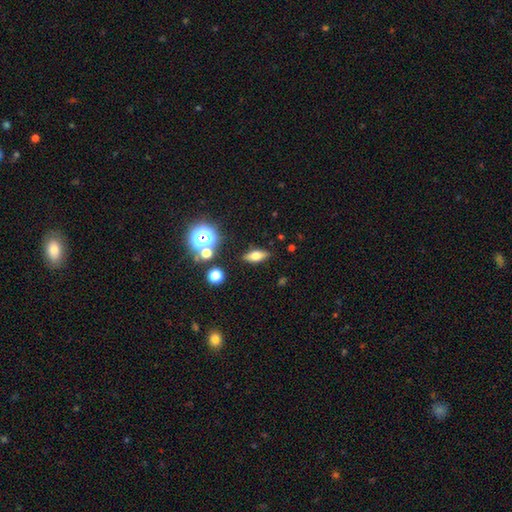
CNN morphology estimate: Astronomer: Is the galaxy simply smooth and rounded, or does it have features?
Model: smooth — 57%.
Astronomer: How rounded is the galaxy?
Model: in between — 61%.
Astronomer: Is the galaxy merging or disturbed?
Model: none — 86%.